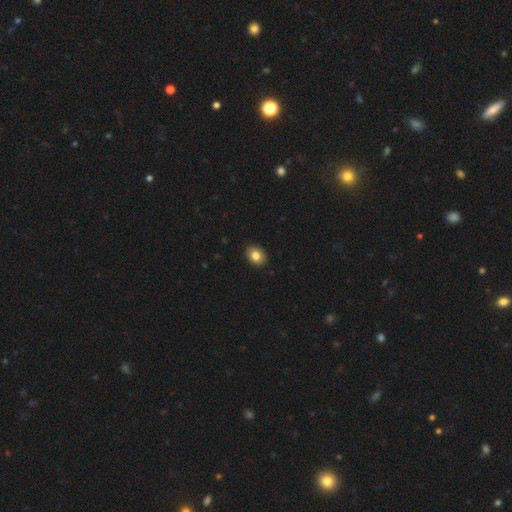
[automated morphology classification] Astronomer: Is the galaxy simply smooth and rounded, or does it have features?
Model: smooth — 84%.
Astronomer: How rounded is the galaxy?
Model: in between — 54% (runner-up: round, 45%).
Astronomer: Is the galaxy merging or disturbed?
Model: none — 91%.